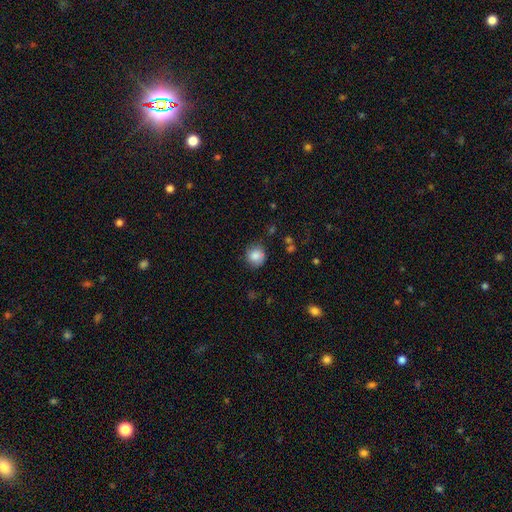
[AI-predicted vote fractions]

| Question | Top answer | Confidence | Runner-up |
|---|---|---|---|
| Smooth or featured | smooth | 84% | star or artifact (9%) |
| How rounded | round | 87% | in between (12%) |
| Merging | none | 79% | minor disturbance (16%) |